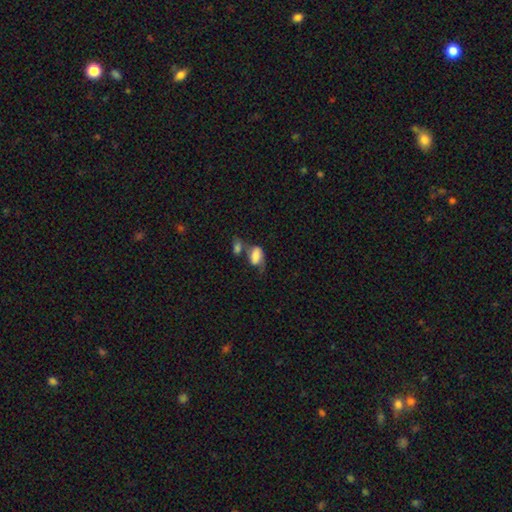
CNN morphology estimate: A smooth galaxy with no disk features (70%) that is in between round and cigar-shaped (87%).

Vote fractions:
- Smooth or featured? smooth: 70% / featured or disk: 20% / star or artifact: 9%
- How rounded? in between: 87% / round: 11% / cigar-shaped: 2%
- Merging? merger: 41% / none: 23% / major disturbance: 19% / minor disturbance: 17%